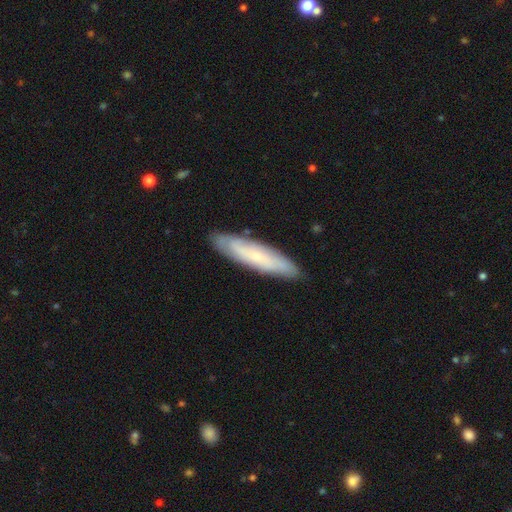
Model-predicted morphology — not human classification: A featured or disk galaxy (49%). Merging: none (85%).